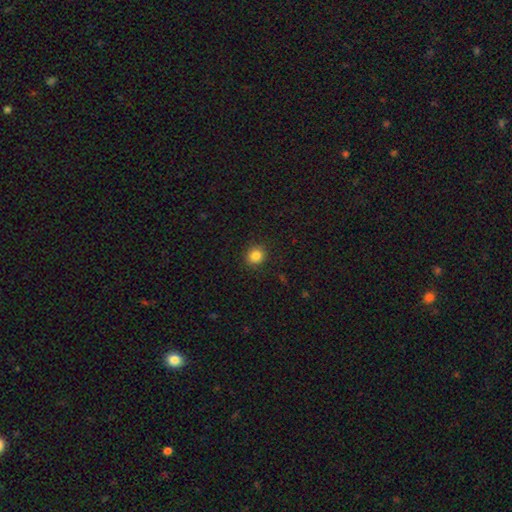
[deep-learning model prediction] Smooth or featured?
  - smooth: 86% *
  - star or artifact: 11%
  - featured or disk: 4%
How rounded?
  - round: 84% *
  - in between: 16%
  - cigar-shaped: 1%
Merging?
  - none: 90% *
  - minor disturbance: 7%
  - major disturbance: 2%
  - merger: 1%